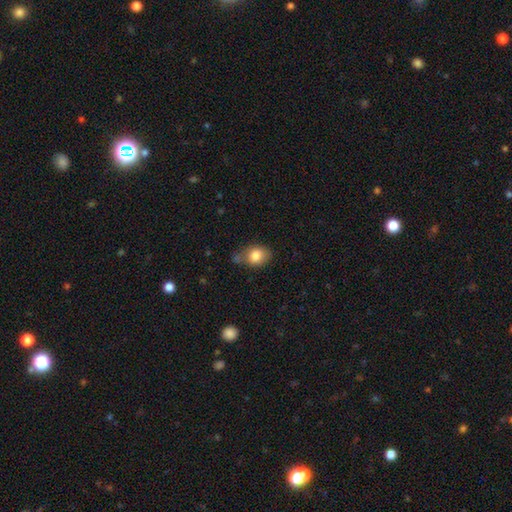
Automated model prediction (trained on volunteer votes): This appears to be a smooth galaxy with no disk features (82%) that is in between round and cigar-shaped (58%). Merging: none (57%).